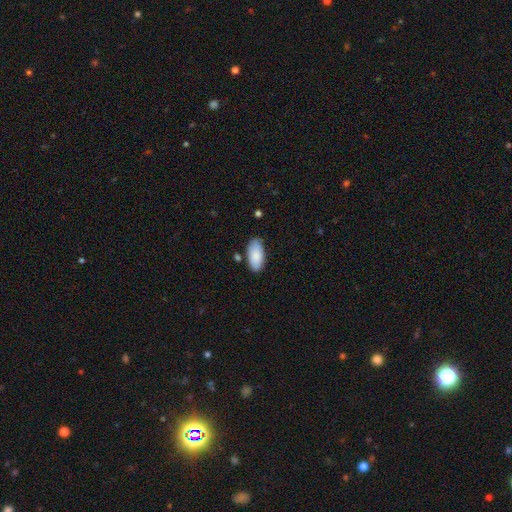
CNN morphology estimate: Smooth or featured?
  - smooth: 86% *
  - featured or disk: 8%
  - star or artifact: 6%
How rounded?
  - in between: 93% *
  - cigar-shaped: 5%
  - round: 2%
Merging?
  - none: 74% *
  - minor disturbance: 19%
  - merger: 4%
  - major disturbance: 3%